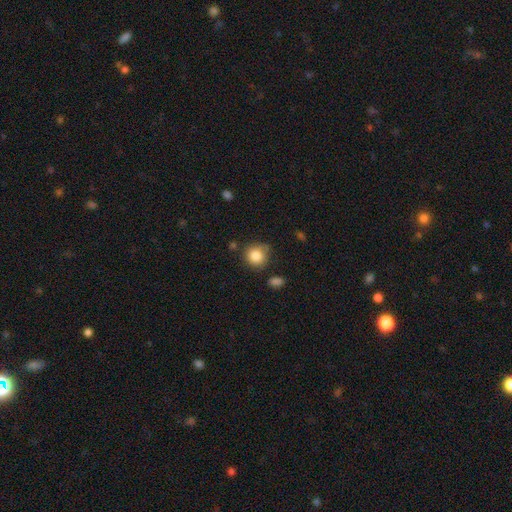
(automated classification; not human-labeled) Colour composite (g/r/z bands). It shows a smooth galaxy with no disk features (85%) that is round (89%). Merging: none (73%).